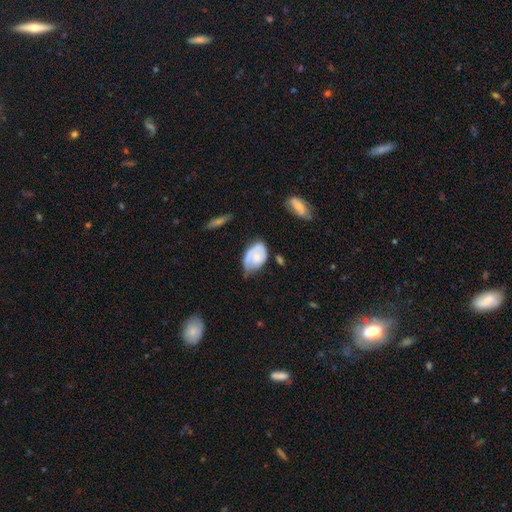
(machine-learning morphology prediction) A featured or disk galaxy (48%).

Vote fractions:
- Smooth or featured? featured or disk: 48% / smooth: 46% / star or artifact: 6%
- Merging? none: 39% (tied) / minor disturbance: 39% (tied) / major disturbance: 18% / merger: 5%